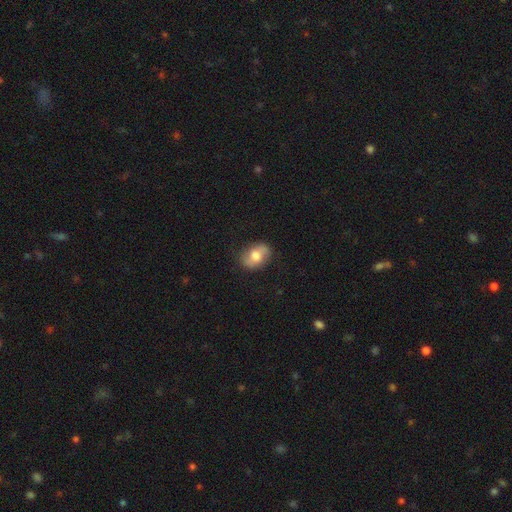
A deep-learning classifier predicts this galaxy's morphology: Smooth or featured? Predicted: smooth (p=0.59). How rounded? Predicted: in between (p=0.75). Merging? Predicted: none (p=0.80).